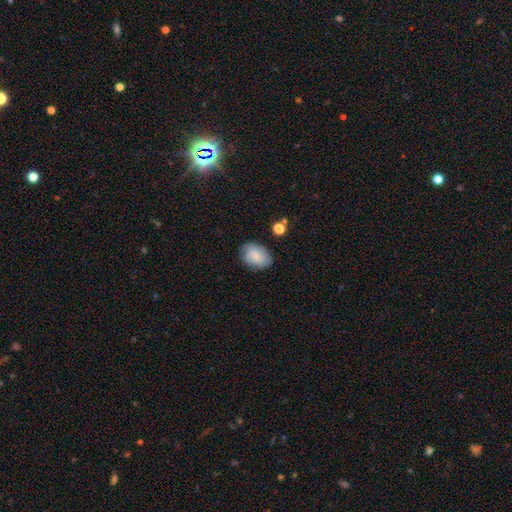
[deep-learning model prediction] smooth_or_featured: smooth (p=0.73) [alt: featured or disk p=0.19]
how_rounded: in between (p=0.77) [alt: round p=0.21]
merging: none (p=0.76) [alt: minor disturbance p=0.18]